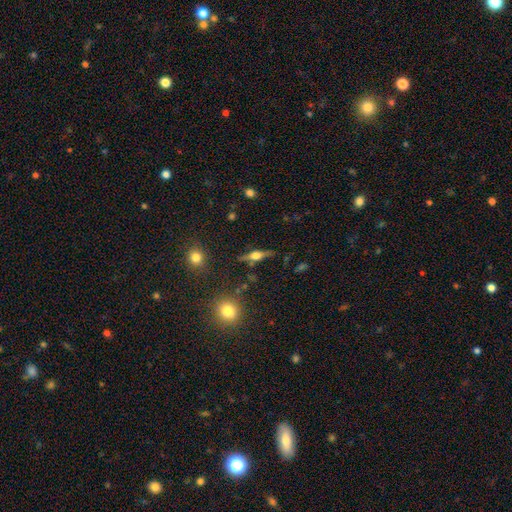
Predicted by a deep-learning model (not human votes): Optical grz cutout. It shows a featured or disk galaxy (66%) viewed edge-on (95%) with a rounded central bulge (89%). Merging: none (83%).